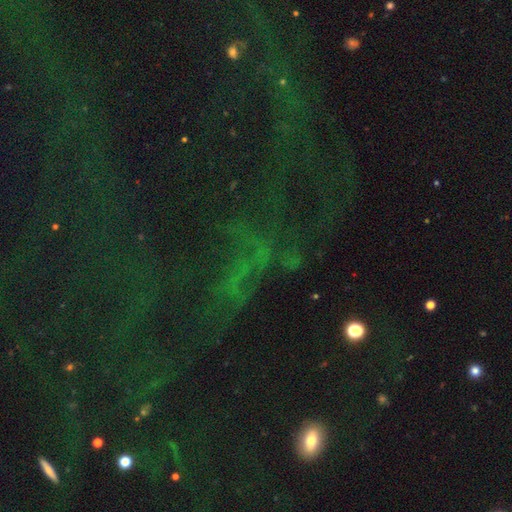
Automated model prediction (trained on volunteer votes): The model was most divided on "smooth or featured": star or artifact: 67%, smooth: 17%, featured or disk: 16%.